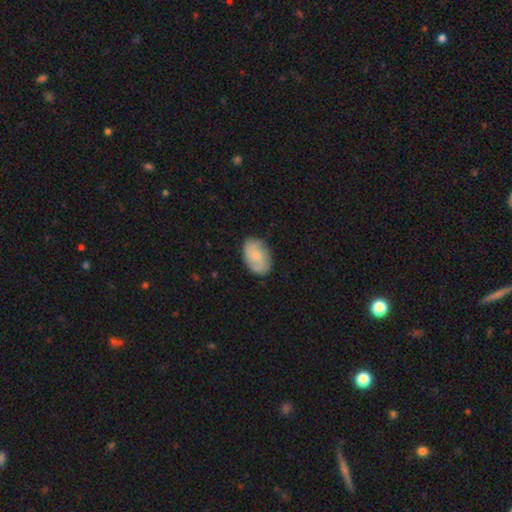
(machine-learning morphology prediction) The model was most divided on "smooth or featured": smooth: 57%, featured or disk: 36%, star or artifact: 6%. More confident: how rounded — in between (89%); merging — none (80%).